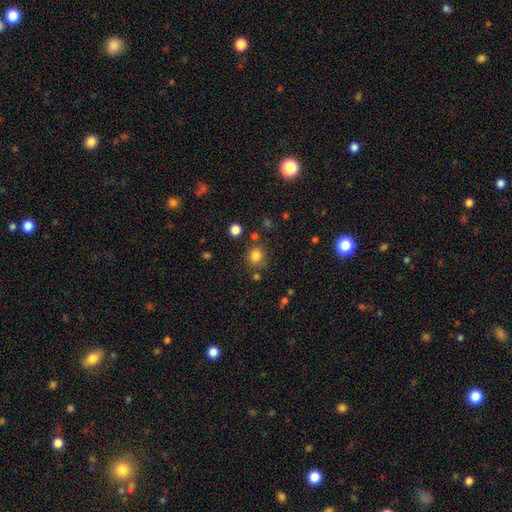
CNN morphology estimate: Smooth or featured? Predicted: smooth (p=0.81). How rounded? Predicted: round (p=0.84). Merging? Predicted: none (p=0.74).